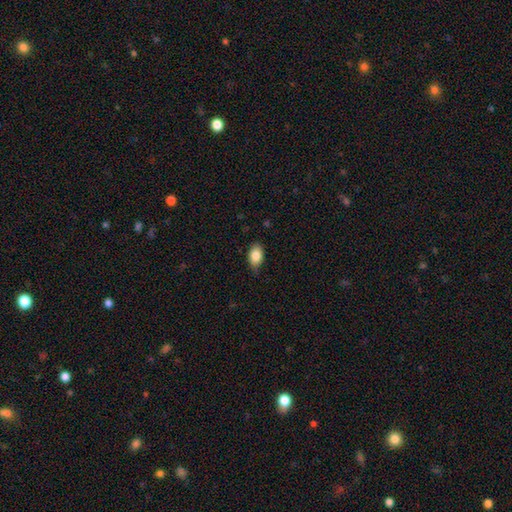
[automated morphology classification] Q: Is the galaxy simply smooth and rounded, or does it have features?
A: smooth — 84%.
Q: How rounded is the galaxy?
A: in between — 88%.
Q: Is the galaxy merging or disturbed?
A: none — 77%.